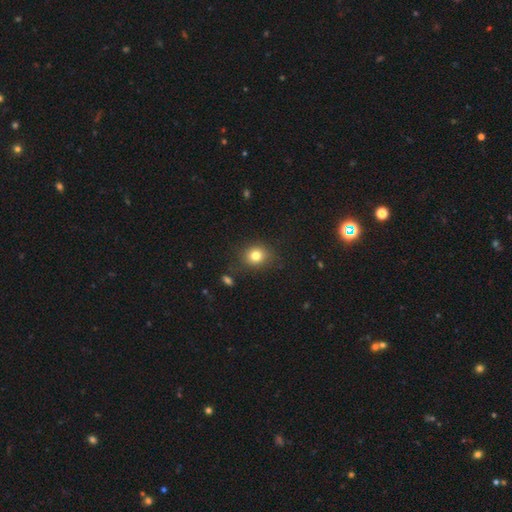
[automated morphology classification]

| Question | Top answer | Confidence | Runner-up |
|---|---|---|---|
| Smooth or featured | smooth | 80% | star or artifact (12%) |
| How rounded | round | 70% | in between (29%) |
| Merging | none | 82% | minor disturbance (12%) |